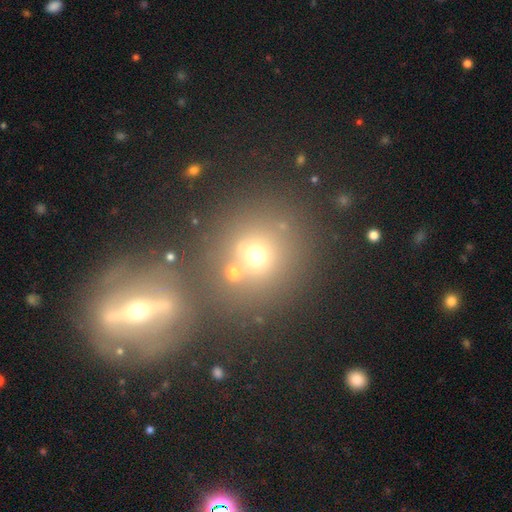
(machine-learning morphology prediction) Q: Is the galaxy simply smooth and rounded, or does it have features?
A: smooth — 62%.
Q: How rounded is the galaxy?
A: round — 84%.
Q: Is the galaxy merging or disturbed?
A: none — 57%.